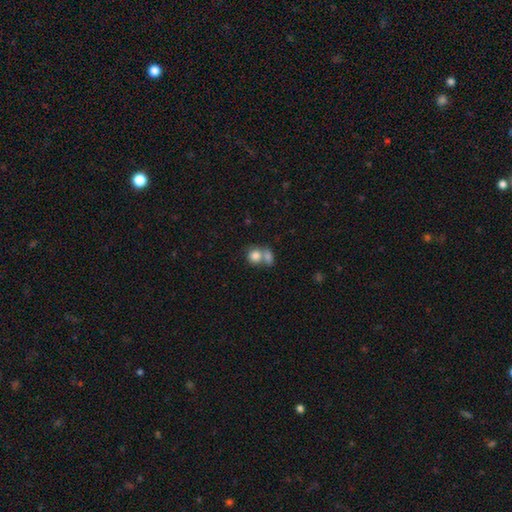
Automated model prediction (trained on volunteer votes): Smooth or featured? smooth (81%)
How rounded? round (76%)
Merging? merger (56%)